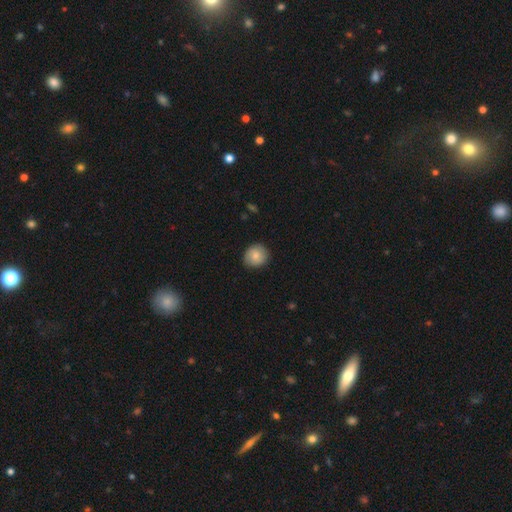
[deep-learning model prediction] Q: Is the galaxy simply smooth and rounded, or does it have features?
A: smooth — 82%.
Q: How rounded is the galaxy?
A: round — 85%.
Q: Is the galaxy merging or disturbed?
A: none — 85%.